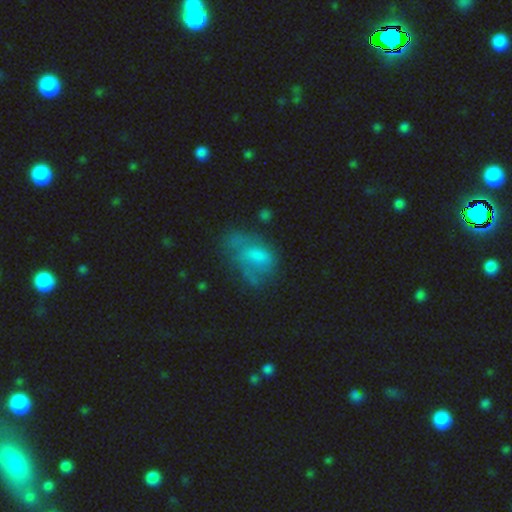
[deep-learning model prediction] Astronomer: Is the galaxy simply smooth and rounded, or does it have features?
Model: smooth — 53% (runner-up: featured or disk, 35%).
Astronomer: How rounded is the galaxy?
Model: in between — 83%.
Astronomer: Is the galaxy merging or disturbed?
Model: major disturbance — 35% (runner-up: none, 33%).